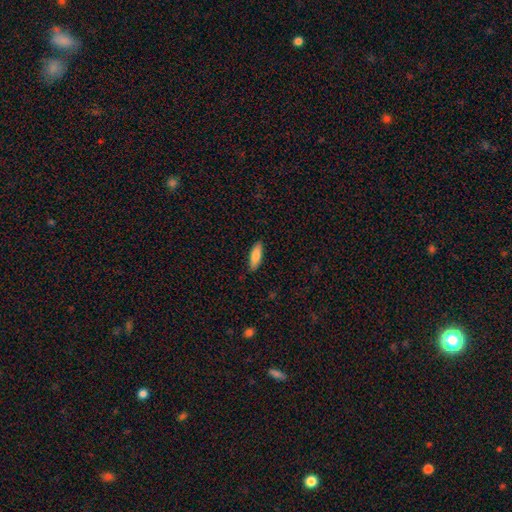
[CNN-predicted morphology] Smooth or featured?
  - smooth: 84% *
  - featured or disk: 10%
  - star or artifact: 6%
How rounded?
  - in between: 58% *
  - cigar-shaped: 40%
  - round: 2%
Merging?
  - none: 85% *
  - minor disturbance: 12%
  - major disturbance: 2%
  - merger: 1%